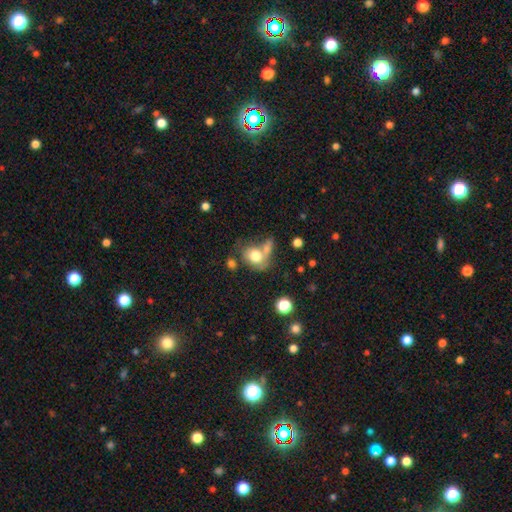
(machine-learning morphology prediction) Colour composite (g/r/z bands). It shows a smooth galaxy with no disk features (75%) that is in between round and cigar-shaped (51%). Merging: merger (39%).